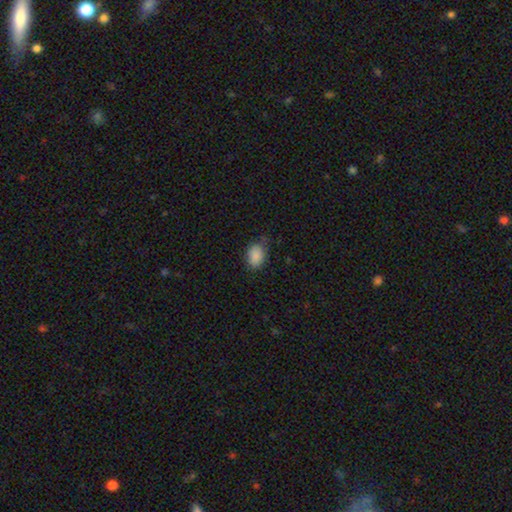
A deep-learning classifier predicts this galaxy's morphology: smooth-or-featured: smooth: 88% | star or artifact: 8% | featured or disk: 4%
  how-rounded: in between: 80% | round: 19% | cigar-shaped: 1%
  merging: none: 74% | minor disturbance: 21% | major disturbance: 4% | merger: 1%